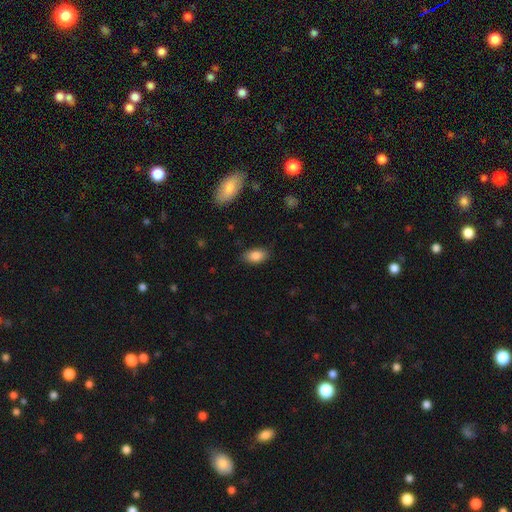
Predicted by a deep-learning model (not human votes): The model was most divided on "merging": none: 84%, minor disturbance: 12%, major disturbance: 3%, merger: 1%. More confident: how rounded — in between (92%); smooth or featured — smooth (86%).